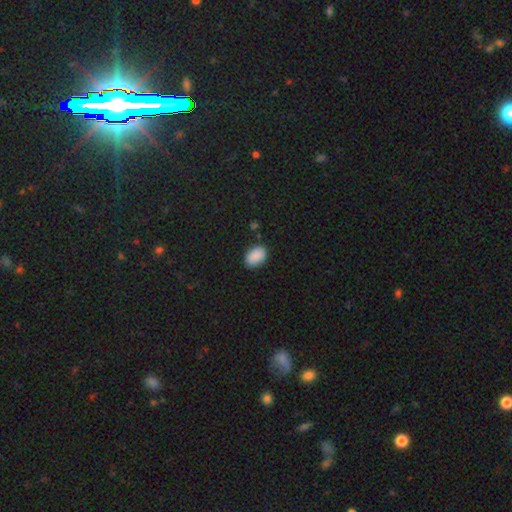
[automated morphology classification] Smooth or featured?
  - smooth: 89% *
  - star or artifact: 7%
  - featured or disk: 4%
How rounded?
  - in between: 88% *
  - round: 10%
  - cigar-shaped: 1%
Merging?
  - none: 84% *
  - minor disturbance: 12%
  - major disturbance: 2%
  - merger: 1%